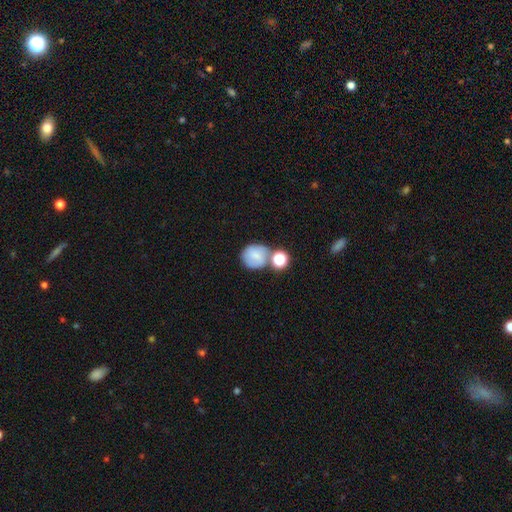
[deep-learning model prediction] Overall: smooth (69%). How rounded: round (78%). Merging: none (47%; merger 32%).